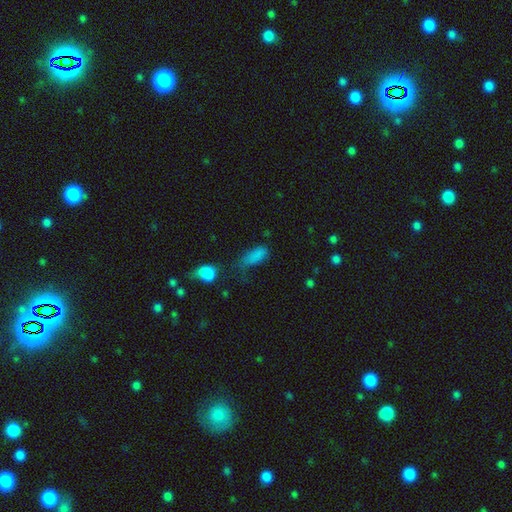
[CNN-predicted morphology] Q: Smooth or featured?
A: smooth (79%); runner-up: star or artifact (12%)
Q: How rounded?
A: in between (80%); runner-up: cigar-shaped (15%)
Q: Merging?
A: none (32%); runner-up: major disturbance (29%)